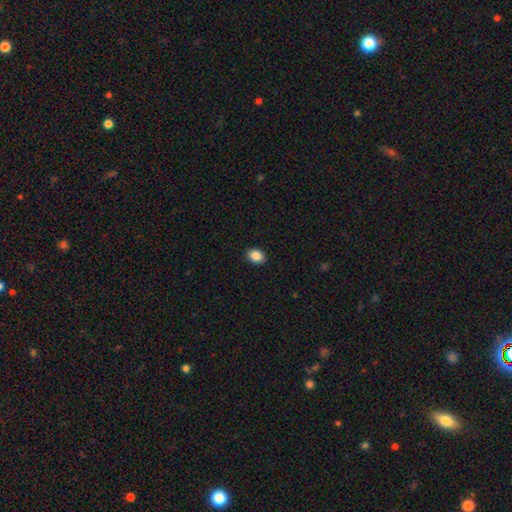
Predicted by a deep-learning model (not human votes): smooth 87%, star or artifact 9%, featured or disk 4%. Down the decision tree: how rounded — in between (64%); merging — none (90%).